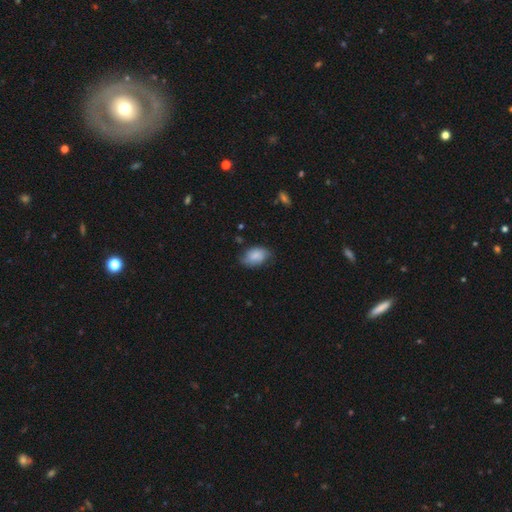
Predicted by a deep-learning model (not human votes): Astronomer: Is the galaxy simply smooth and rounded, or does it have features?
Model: smooth — 81%.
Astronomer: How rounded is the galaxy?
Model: in between — 88%.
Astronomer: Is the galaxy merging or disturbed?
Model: none — 68%.